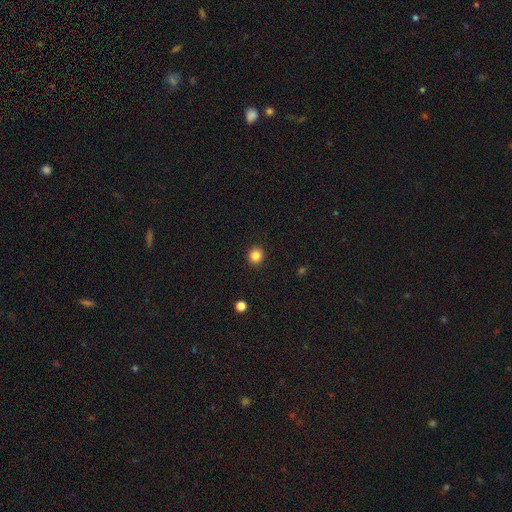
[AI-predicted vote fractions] Overall: smooth (84%). How rounded: round (90%). Merging: none (93%).